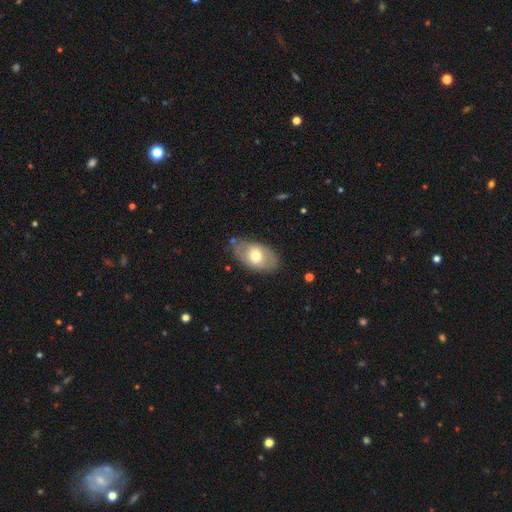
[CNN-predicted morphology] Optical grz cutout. It shows a smooth galaxy with no disk features (55%) that is in between round and cigar-shaped (90%). Merging: none (72%).